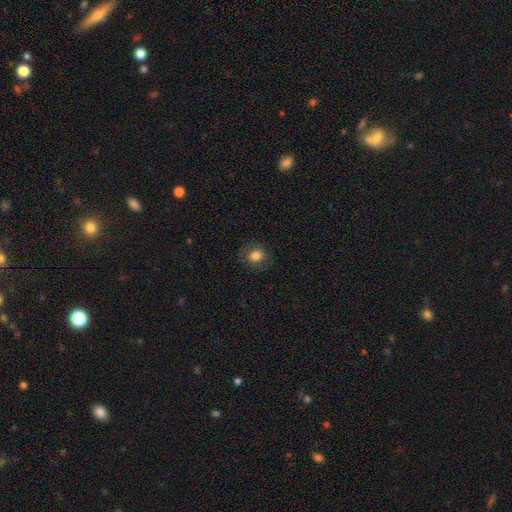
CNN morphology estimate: smooth 80%, star or artifact 11%, featured or disk 8%. Down the decision tree: how rounded — round (72%); merging — none (83%).